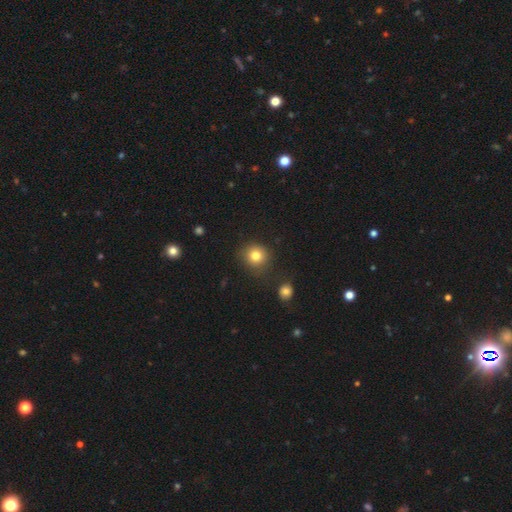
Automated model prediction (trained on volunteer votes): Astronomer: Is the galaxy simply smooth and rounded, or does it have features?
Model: smooth — 81%.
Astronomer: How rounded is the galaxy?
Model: round — 90%.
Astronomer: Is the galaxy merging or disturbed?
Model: none — 83%.